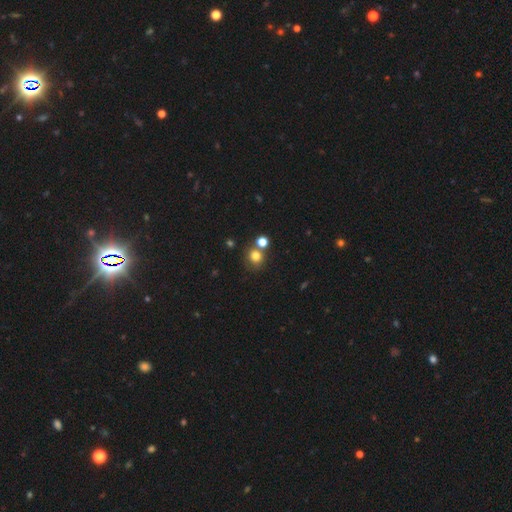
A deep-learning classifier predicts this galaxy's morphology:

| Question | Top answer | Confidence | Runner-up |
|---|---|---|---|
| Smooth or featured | smooth | 78% | star or artifact (15%) |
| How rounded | round | 85% | in between (14%) |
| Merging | none | 65% | merger (22%) |